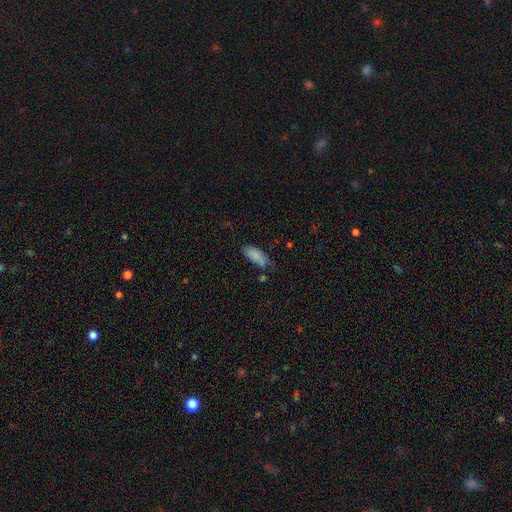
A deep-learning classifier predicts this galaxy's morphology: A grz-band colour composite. It shows a smooth galaxy with no disk features (82%) that is in between round and cigar-shaped (85%). Merging: none (52%).